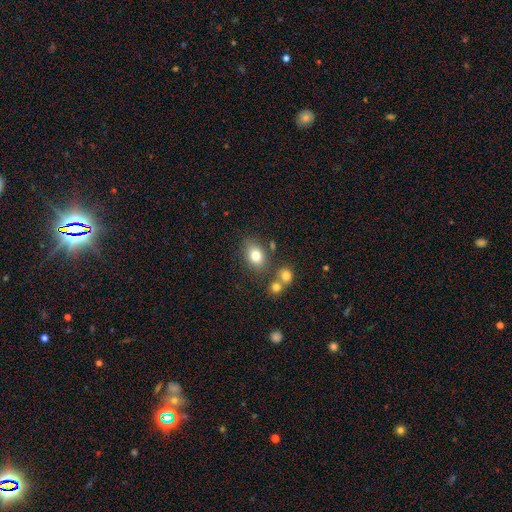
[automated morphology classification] Smooth or featured: smooth — 79% (featured or disk — 11%)
How rounded: in between — 69% (round — 30%)
Merging: none — 70% (minor disturbance — 14%)